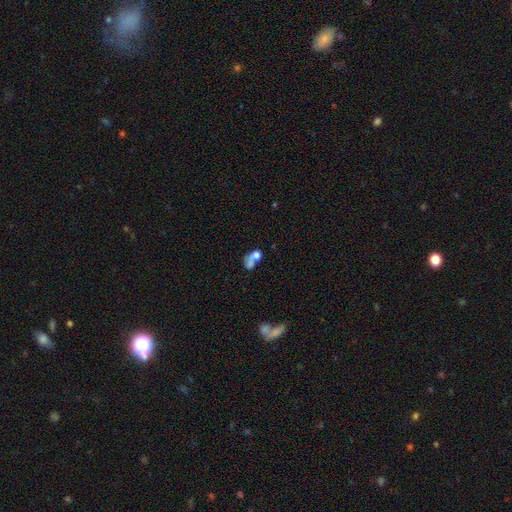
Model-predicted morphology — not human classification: Smooth or featured? smooth (58%)
How rounded? in between (61%)
Merging? merger (57%)